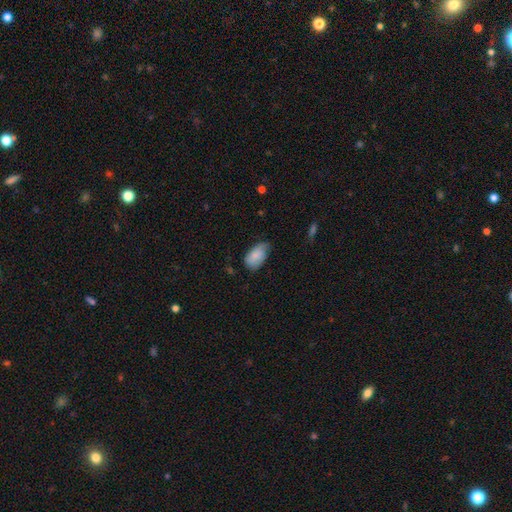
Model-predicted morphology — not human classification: Q: Smooth or featured?
A: smooth (83%); runner-up: featured or disk (10%)
Q: How rounded?
A: in between (94%); runner-up: round (4%)
Q: Merging?
A: none (50%); runner-up: minor disturbance (41%)